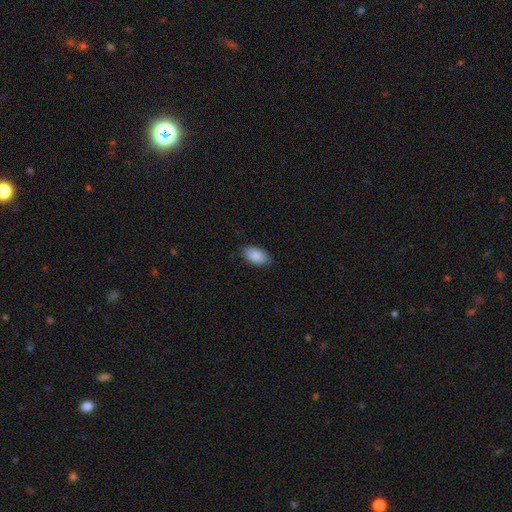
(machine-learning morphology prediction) smooth_or_featured: smooth (p=0.89) [alt: star or artifact p=0.06]
how_rounded: in between (p=0.94) [alt: round p=0.04]
merging: none (p=0.84) [alt: minor disturbance p=0.13]